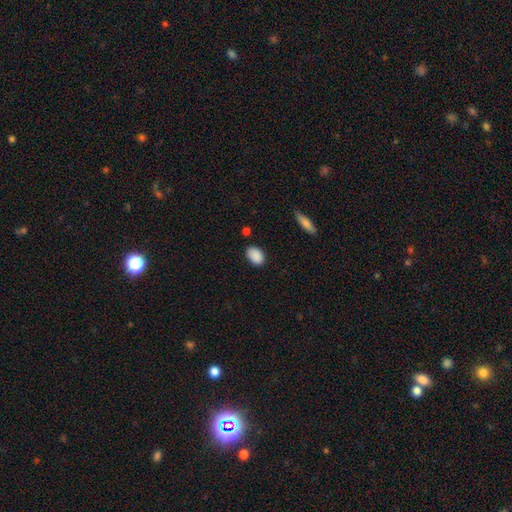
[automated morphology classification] Smooth or featured? Predicted: smooth (p=0.89). How rounded? Predicted: in between (p=0.86). Merging? Predicted: none (p=0.82).